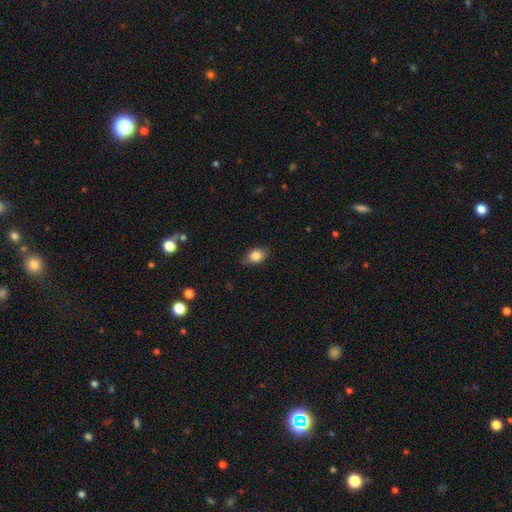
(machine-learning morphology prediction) Overall: smooth (84%). How rounded: in between (77%). Merging: none (81%).